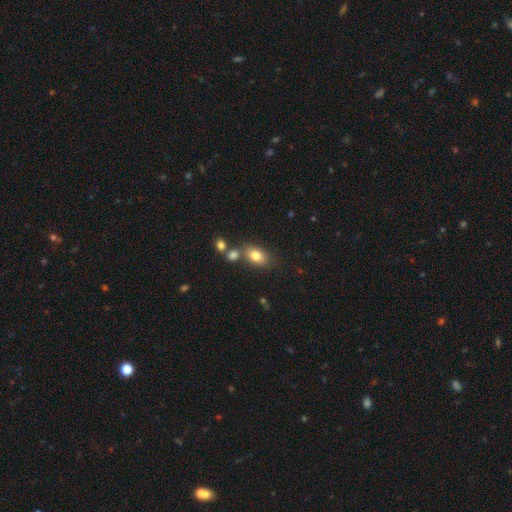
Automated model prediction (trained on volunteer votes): Q: Smooth or featured?
A: smooth (79%); runner-up: featured or disk (11%)
Q: How rounded?
A: in between (82%); runner-up: round (16%)
Q: Merging?
A: none (64%); runner-up: merger (18%)